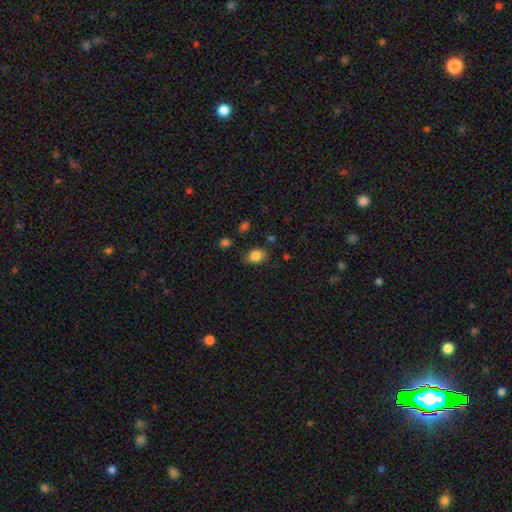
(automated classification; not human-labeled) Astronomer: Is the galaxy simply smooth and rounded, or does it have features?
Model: smooth — 85%.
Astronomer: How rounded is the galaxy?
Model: in between — 74%.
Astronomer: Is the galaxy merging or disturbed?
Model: none — 77%.